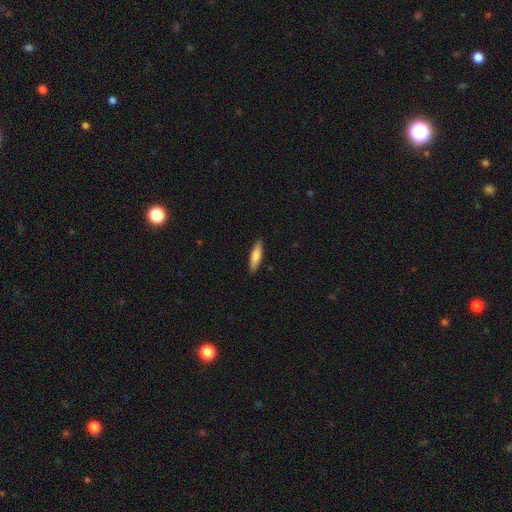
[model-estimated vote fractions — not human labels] A smooth galaxy with no disk features (71%) that is cigar-shaped (68%).

Vote fractions:
- Smooth or featured? smooth: 71% / featured or disk: 23% / star or artifact: 5%
- How rounded? cigar-shaped: 68% / in between: 30% / round: 2%
- Merging? none: 89% / minor disturbance: 8% / major disturbance: 2% / merger: 1%